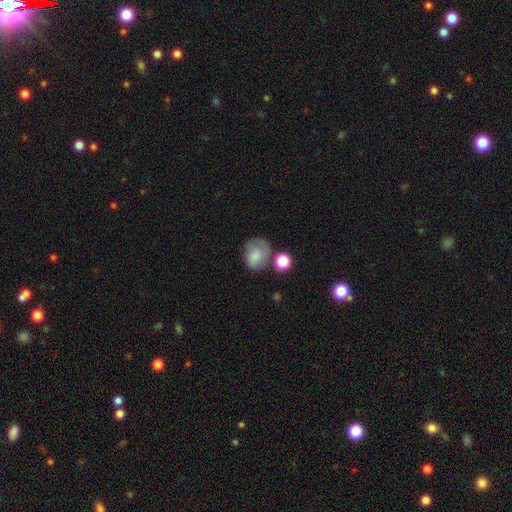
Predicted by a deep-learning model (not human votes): smooth_or_featured: smooth (p=0.78) [alt: featured or disk p=0.13]
how_rounded: round (p=0.53) [alt: in between p=0.46]
merging: none (p=0.45) [alt: minor disturbance p=0.28]